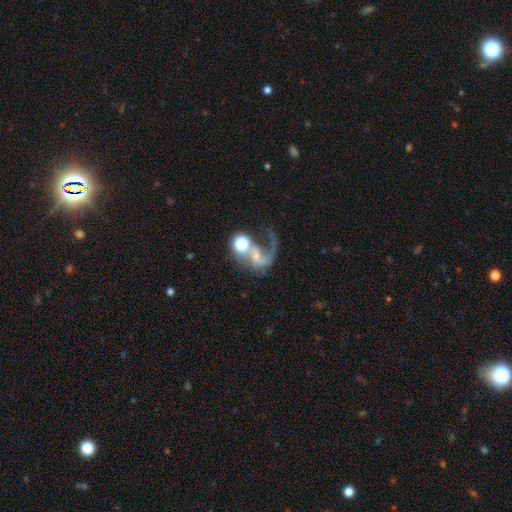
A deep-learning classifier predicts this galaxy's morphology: Smooth or featured: featured or disk — 69% (smooth — 19%)
Edge-on disk: no — 98% (yes — 2%)
Bar: no — 55% (weak — 33%)
Spiral arms: yes — 86% (no — 14%)
Spiral winding: loose — 73% (medium — 22%)
Spiral arm count: 1 — 62% (2 — 32%)
Bulge size: moderate — 42% (small — 34%)
Merging: merger — 33% (tied with major disturbance — 33%)